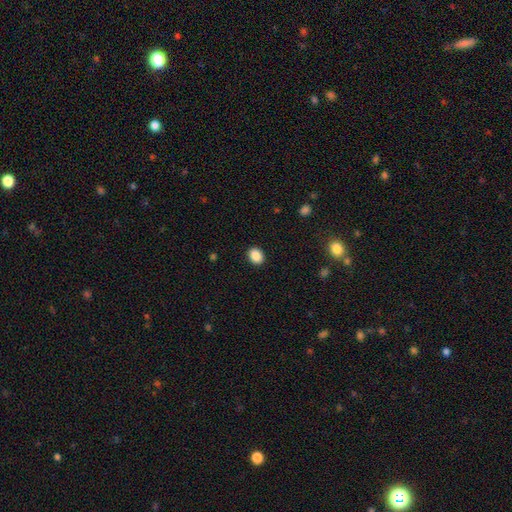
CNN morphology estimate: This appears to be a smooth galaxy with no disk features (88%) that is in between round and cigar-shaped (58%). Merging: none (90%).